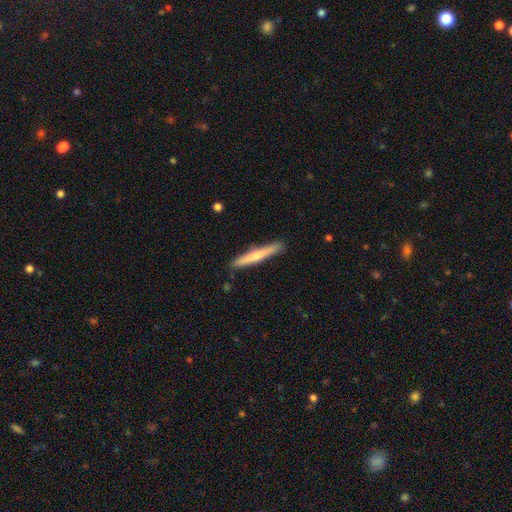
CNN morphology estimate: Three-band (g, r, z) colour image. It shows a smooth galaxy with no disk features (60%) that is cigar-shaped (96%). Merging: none (89%).